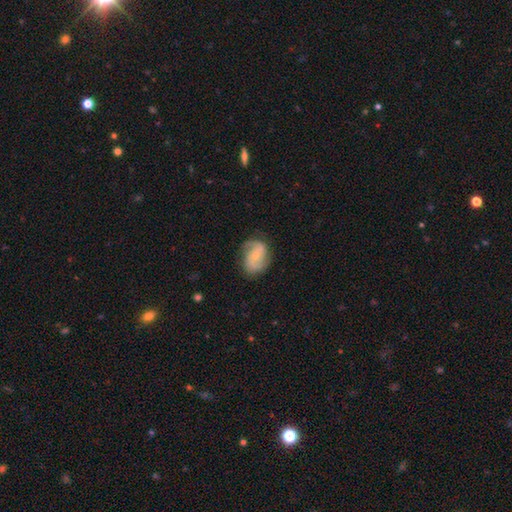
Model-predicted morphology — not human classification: Smooth or featured: featured or disk — 65% (smooth — 28%)
Edge-on disk: no — 97% (yes — 3%)
Bar: no — 56% (weak — 35%)
Spiral arms: yes — 91% (no — 9%)
Spiral winding: medium — 45% (loose — 31%)
Spiral arm count: 2 — 79% (can't tell — 10%)
Bulge size: small — 61% (moderate — 33%)
Merging: none — 69% (minor disturbance — 22%)